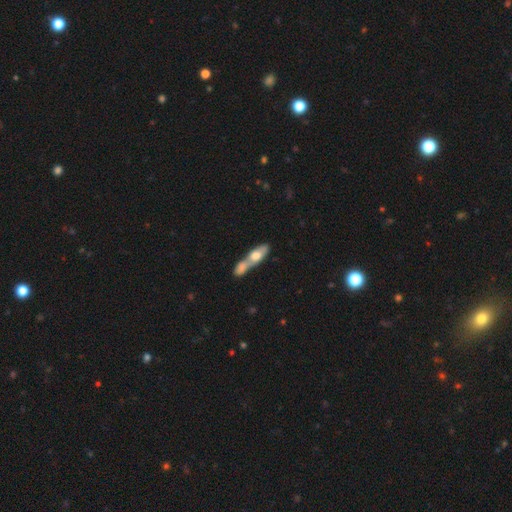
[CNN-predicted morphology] smooth_or_featured: smooth (p=0.62) [alt: featured or disk p=0.32]
how_rounded: in between (p=0.56) [alt: cigar-shaped p=0.39]
merging: merger (p=0.75) [alt: none p=0.15]